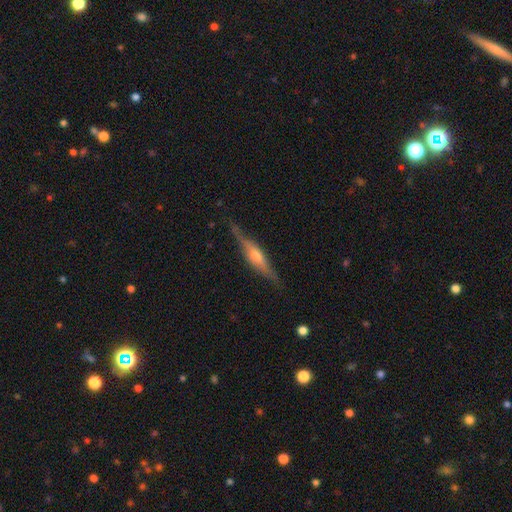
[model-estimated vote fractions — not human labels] Smooth or featured?
  - featured or disk: 72% *
  - smooth: 22%
  - star or artifact: 6%
Edge-on disk?
  - yes: 95% *
  - no: 5%
Edge-on bulge?
  - rounded: 79% *
  - boxy: 13%
  - none: 8%
Merging?
  - none: 79% *
  - minor disturbance: 16%
  - major disturbance: 4%
  - merger: 1%